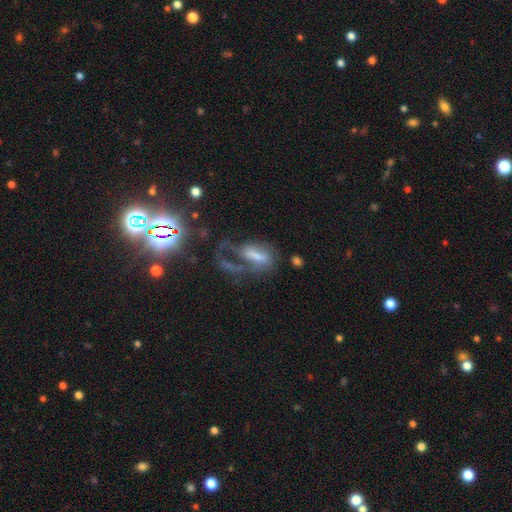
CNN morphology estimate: smooth-or-featured: featured or disk: 59% | smooth: 23% | star or artifact: 19%
  disk-edge-on: no: 91% | yes: 9%
    bar: strong: 35% | weak: 34% | no: 31%
    has-spiral-arms: yes: 69% | no: 31%
    bulge-size: moderate: 31% | small: 30% | none: 24% | large: 12% | dominant: 3%
  merging: major disturbance: 47% | none: 29% | minor disturbance: 16% | merger: 8%